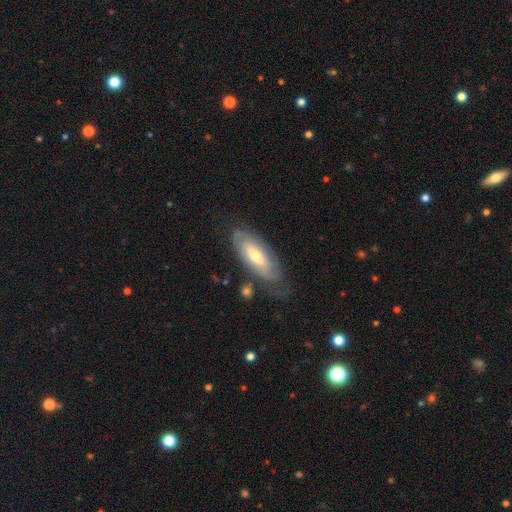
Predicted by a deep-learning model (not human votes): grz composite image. It shows a featured or disk galaxy (64%) with no bar (61%), spiral arms (72%) and a moderate central bulge (52%). Merging: none (67%).